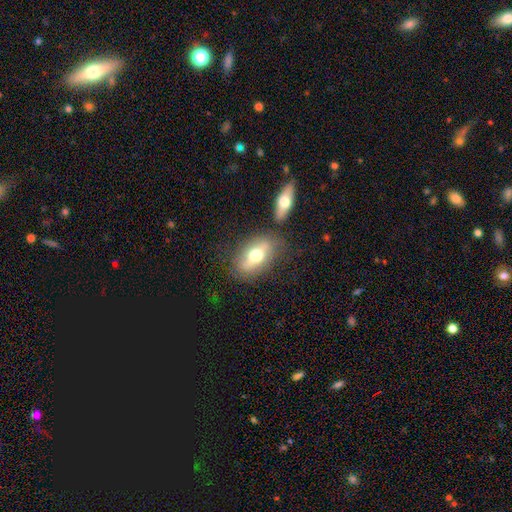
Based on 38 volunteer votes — Smooth or featured? 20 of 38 (53%) said smooth. How rounded? 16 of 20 (80%) said in between. Merging? 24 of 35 (69%) said none.